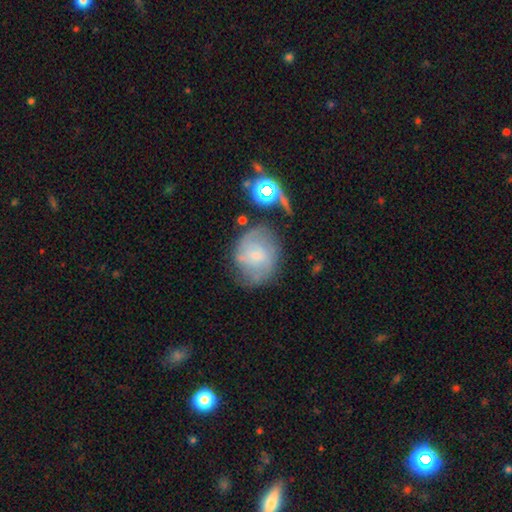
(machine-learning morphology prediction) Q: Smooth or featured?
A: featured or disk (56%); runner-up: smooth (34%)
Q: Edge-on disk?
A: no (97%); runner-up: yes (3%)
Q: Bar?
A: no (55%); runner-up: weak (38%)
Q: Spiral arms?
A: yes (80%); runner-up: no (20%)
Q: Bulge size?
A: small (57%); runner-up: moderate (26%)
Q: Merging?
A: none (53%); runner-up: minor disturbance (25%)